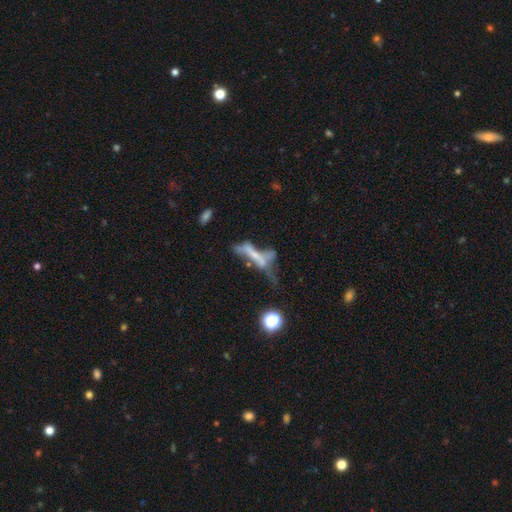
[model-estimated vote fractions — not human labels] Smooth or featured? featured or disk (50%)
Merging? merger (34%)